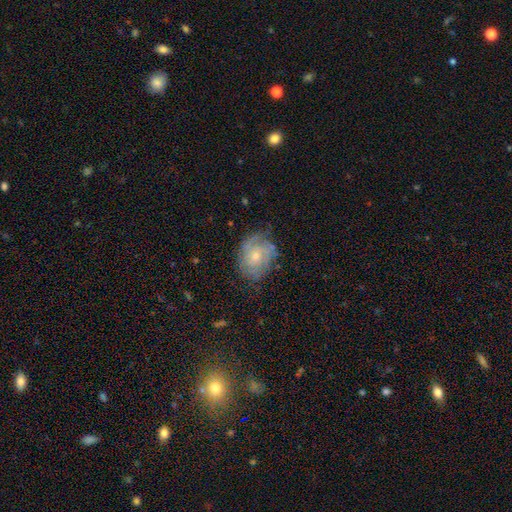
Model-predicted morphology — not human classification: A featured or disk galaxy (61%) with no bar (79%), spiral arms (80%) and a small central bulge (56%).

Vote fractions:
- Smooth or featured? featured or disk: 61% / smooth: 31% / star or artifact: 8%
- Edge-on disk? no: 97% / yes: 3%
- Bar? no: 79% / weak: 18% / strong: 2%
- Spiral arms? yes: 80% / no: 20%
- Bulge size? small: 56% / moderate: 39% / none: 2% / large: 2% / dominant: 1%
- Merging? none: 63% / minor disturbance: 26% / major disturbance: 10% / merger: 2%